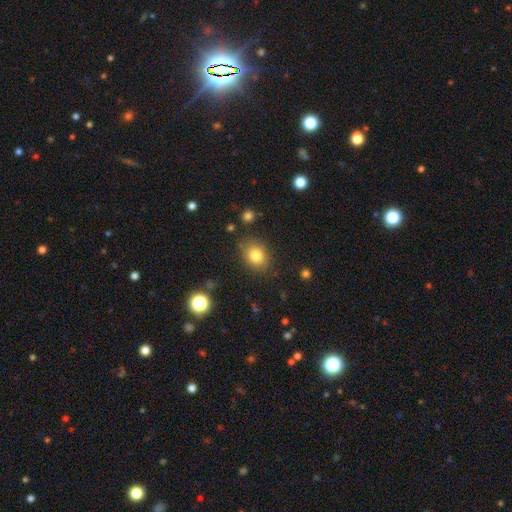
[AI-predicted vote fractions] This appears to be a smooth galaxy with no disk features (81%) that is round (54%). Merging: none (83%).